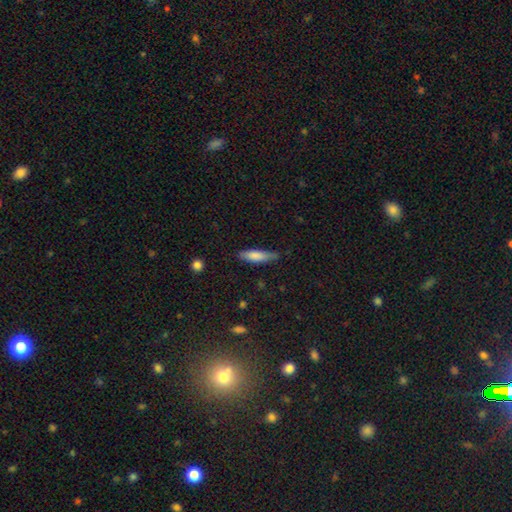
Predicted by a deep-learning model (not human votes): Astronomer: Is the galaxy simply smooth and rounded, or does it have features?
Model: smooth — 79%.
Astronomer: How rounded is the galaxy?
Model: cigar-shaped — 57% (runner-up: in between, 41%).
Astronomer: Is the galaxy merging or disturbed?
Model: none — 69%.